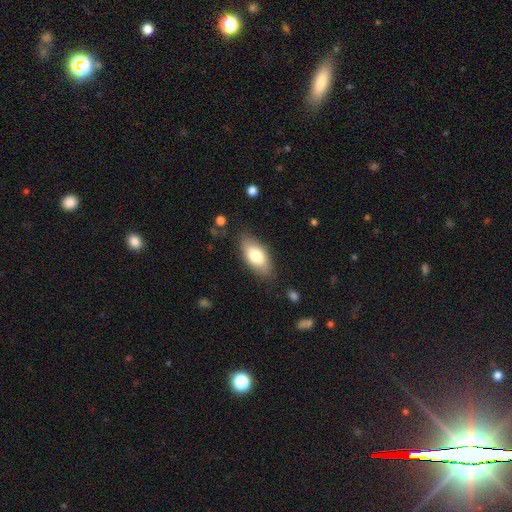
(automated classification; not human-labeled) Q: Smooth or featured?
A: smooth (77%); runner-up: featured or disk (17%)
Q: How rounded?
A: in between (88%); runner-up: cigar-shaped (9%)
Q: Merging?
A: none (82%); runner-up: minor disturbance (14%)